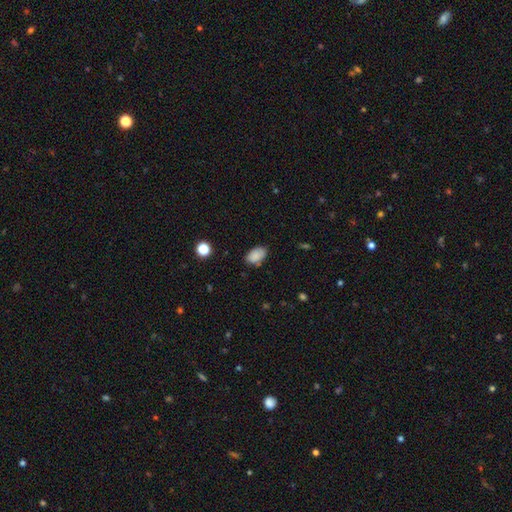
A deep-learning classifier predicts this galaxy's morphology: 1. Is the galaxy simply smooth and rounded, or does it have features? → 85% smooth, 9% star or artifact, 6% featured or disk.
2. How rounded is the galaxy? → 91% in between, 8% round, 1% cigar-shaped.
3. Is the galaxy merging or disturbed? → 75% none, 19% minor disturbance, 3% major disturbance, 2% merger.